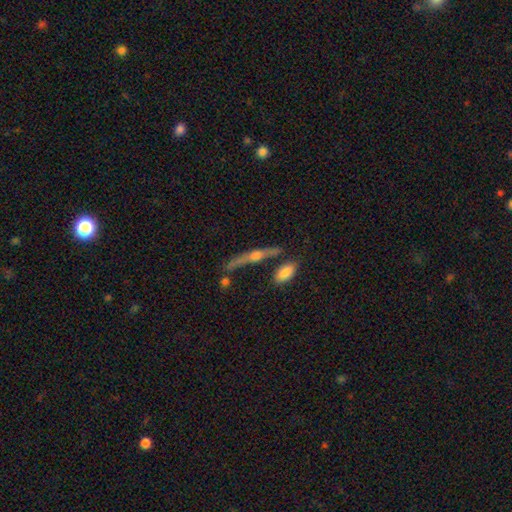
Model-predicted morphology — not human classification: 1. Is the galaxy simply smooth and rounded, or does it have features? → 68% featured or disk, 22% smooth, 10% star or artifact.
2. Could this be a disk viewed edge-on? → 93% yes, 7% no.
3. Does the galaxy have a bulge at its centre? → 89% rounded, 6% none, 5% boxy.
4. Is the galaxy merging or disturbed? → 64% none, 15% merger, 15% minor disturbance, 7% major disturbance.